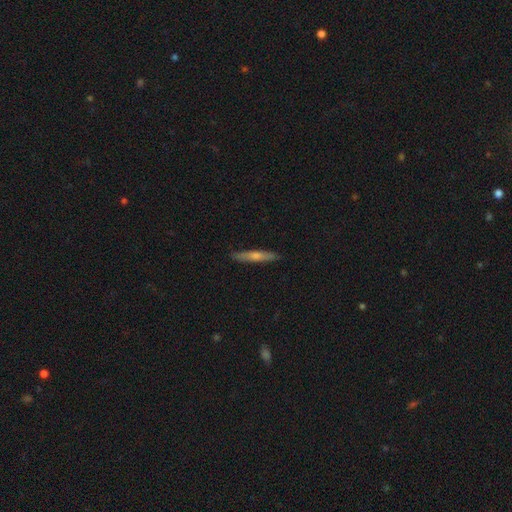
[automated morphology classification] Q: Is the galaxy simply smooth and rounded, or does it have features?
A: featured or disk — 58%.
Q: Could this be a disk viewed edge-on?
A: yes — 91%.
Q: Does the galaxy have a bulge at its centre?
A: rounded — 82%.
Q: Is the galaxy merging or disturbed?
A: none — 89%.